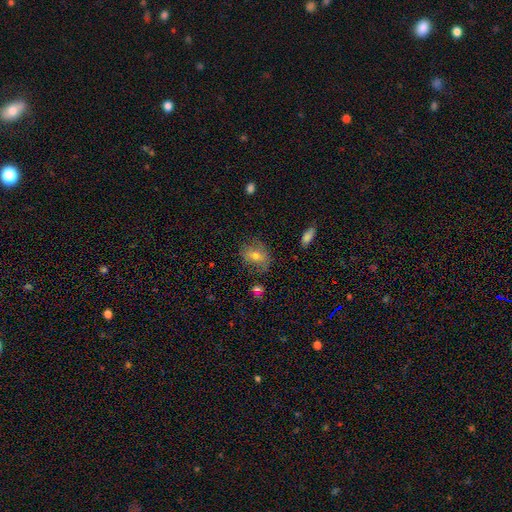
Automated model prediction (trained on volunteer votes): Smooth or featured? Predicted: smooth (p=0.64). How rounded? Predicted: in between (p=0.61). Merging? Predicted: none (p=0.69).